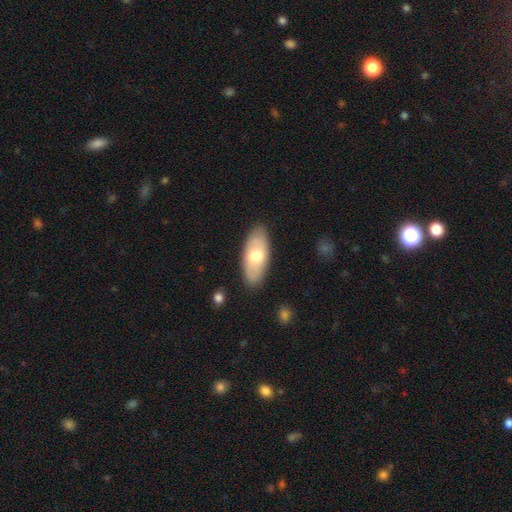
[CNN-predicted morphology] Smooth or featured?
  - smooth: 62% *
  - featured or disk: 33%
  - star or artifact: 5%
How rounded?
  - in between: 88% *
  - cigar-shaped: 9%
  - round: 2%
Merging?
  - none: 86% *
  - minor disturbance: 10%
  - major disturbance: 2%
  - merger: 1%